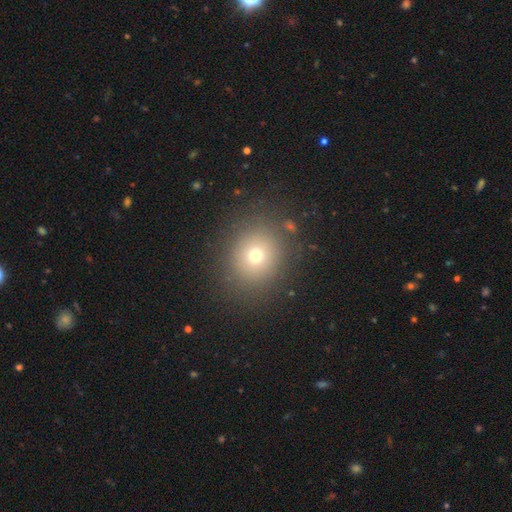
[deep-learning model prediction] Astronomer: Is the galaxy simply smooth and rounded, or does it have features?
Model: smooth — 70%.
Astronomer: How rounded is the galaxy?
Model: round — 83%.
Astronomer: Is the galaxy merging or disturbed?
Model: none — 85%.